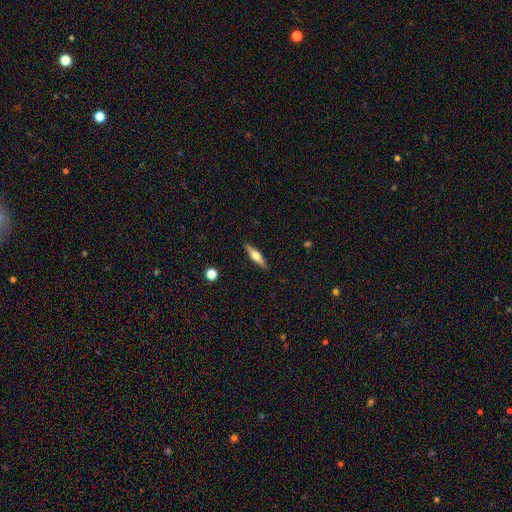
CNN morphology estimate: A featured or disk galaxy (55%) viewed edge-on (95%) with a rounded central bulge (92%).

Vote fractions:
- Smooth or featured? featured or disk: 55% / smooth: 39% / star or artifact: 6%
- Edge-on disk? yes: 95% / no: 5%
- Edge-on bulge? rounded: 92% / boxy: 5% / none: 3%
- Merging? none: 90% / minor disturbance: 7% / major disturbance: 2% / merger: 1%